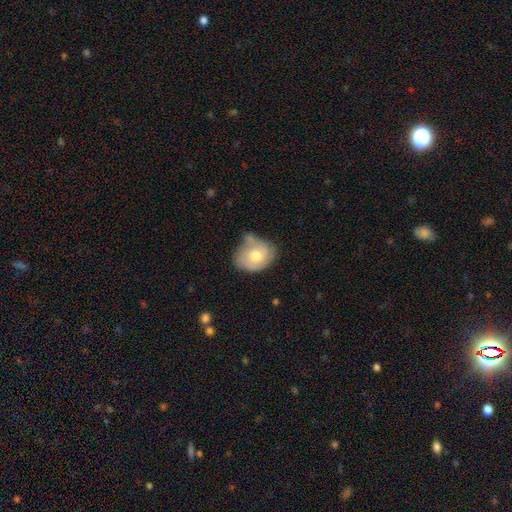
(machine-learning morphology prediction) A smooth galaxy with no disk features (56%) that is in between round and cigar-shaped (53%). Merging: none (39%).